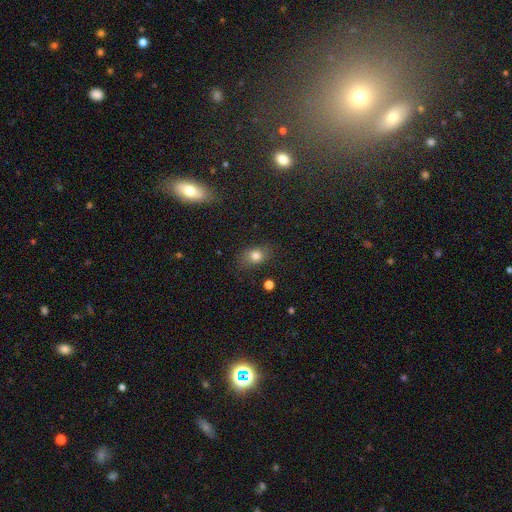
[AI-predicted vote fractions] A smooth galaxy with no disk features (79%) that is in between round and cigar-shaped (66%).

Vote fractions:
- Smooth or featured? smooth: 79% / star or artifact: 12% / featured or disk: 8%
- How rounded? in between: 66% / round: 32% / cigar-shaped: 2%
- Merging? none: 77% / minor disturbance: 16% / major disturbance: 5% / merger: 2%